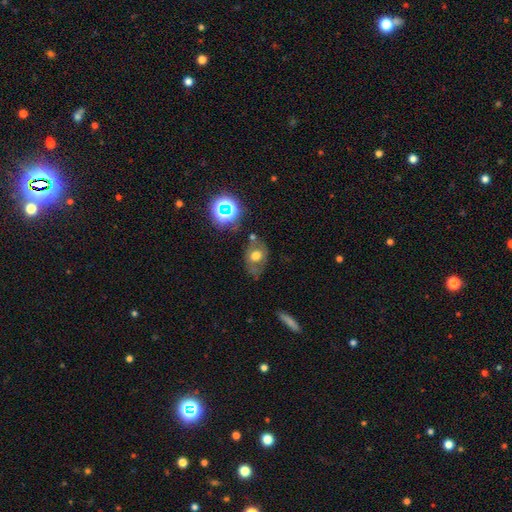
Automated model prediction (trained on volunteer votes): smooth-or-featured: smooth: 49% | featured or disk: 34% | star or artifact: 16%
  merging: none: 61% | minor disturbance: 21% | major disturbance: 10% | merger: 8%